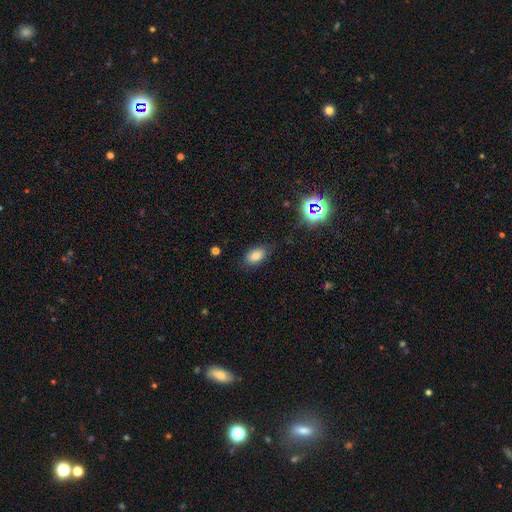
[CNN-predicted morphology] smooth 81%, star or artifact 12%, featured or disk 7%. Down the decision tree: how rounded — in between (89%); merging — none (79%).